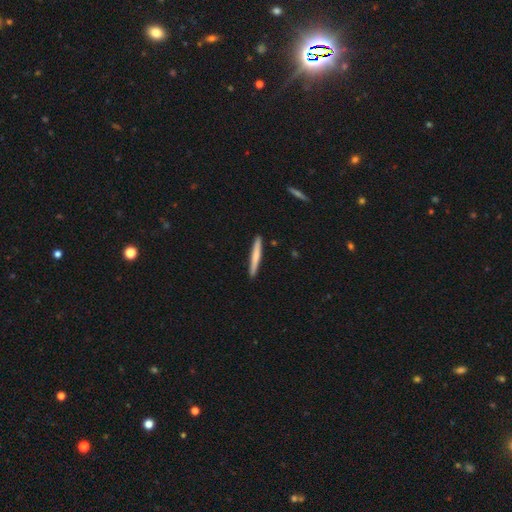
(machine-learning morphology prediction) Overall: smooth (67%; featured or disk 28%). How rounded: cigar-shaped (96%). Merging: none (91%).